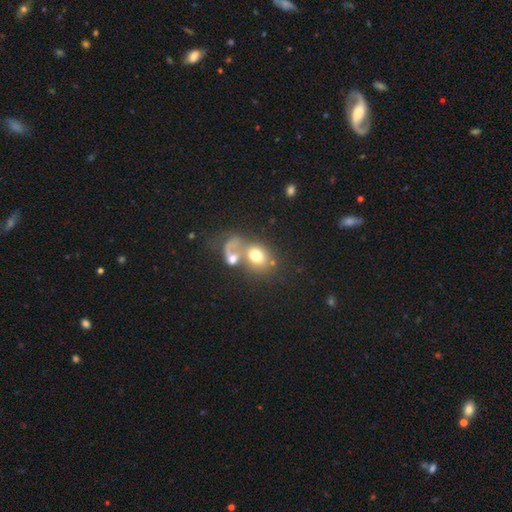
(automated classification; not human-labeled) Smooth or featured?
  - smooth: 64% *
  - featured or disk: 25%
  - star or artifact: 11%
How rounded?
  - round: 52% *
  - in between: 47%
  - cigar-shaped: 1%
Merging?
  - merger: 55% *
  - none: 21%
  - major disturbance: 15%
  - minor disturbance: 8%